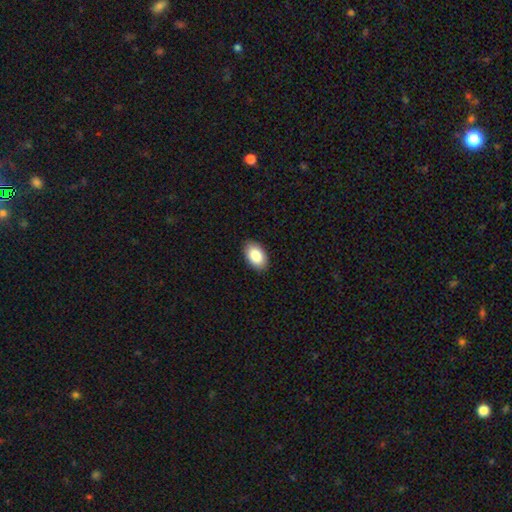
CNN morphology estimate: This is clearly a smooth galaxy (88%). How rounded: clearly in between (94%). Merging: clearly none (89%).